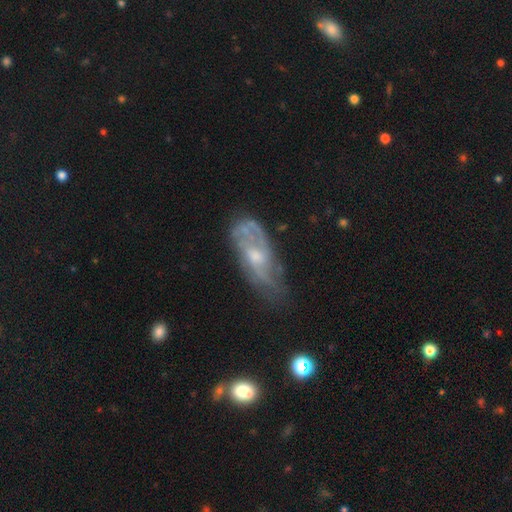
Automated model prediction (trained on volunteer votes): Smooth or featured?
  - featured or disk: 68% *
  - smooth: 24%
  - star or artifact: 8%
Edge-on disk?
  - no: 86% *
  - yes: 14%
Bar?
  - no: 67% *
  - weak: 28%
  - strong: 4%
Spiral arms?
  - yes: 68% *
  - no: 32%
Bulge size?
  - moderate: 52% *
  - small: 38%
  - none: 5%
  - large: 3%
  - dominant: 1%
Merging?
  - none: 50% *
  - minor disturbance: 31%
  - major disturbance: 16%
  - merger: 3%